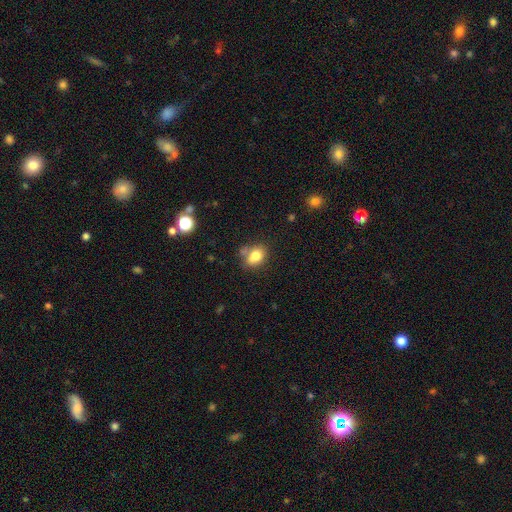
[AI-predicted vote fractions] Smooth or featured? smooth (82%)
How rounded? in between (70%)
Merging? none (60%)